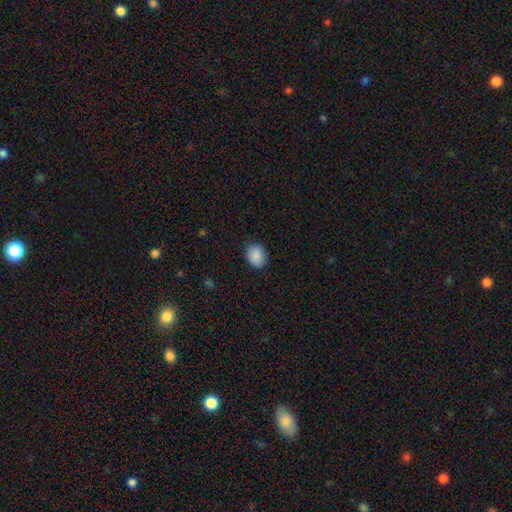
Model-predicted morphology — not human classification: type=smooth (89%); roundness=in between (55%); merging=none (85%).